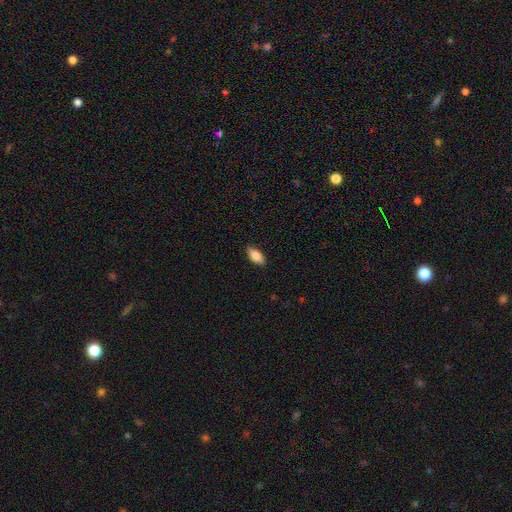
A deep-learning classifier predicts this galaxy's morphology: Smooth or featured?
  - smooth: 86% *
  - featured or disk: 8%
  - star or artifact: 6%
How rounded?
  - in between: 88% *
  - cigar-shaped: 9%
  - round: 2%
Merging?
  - none: 88% *
  - minor disturbance: 9%
  - major disturbance: 2%
  - merger: 1%